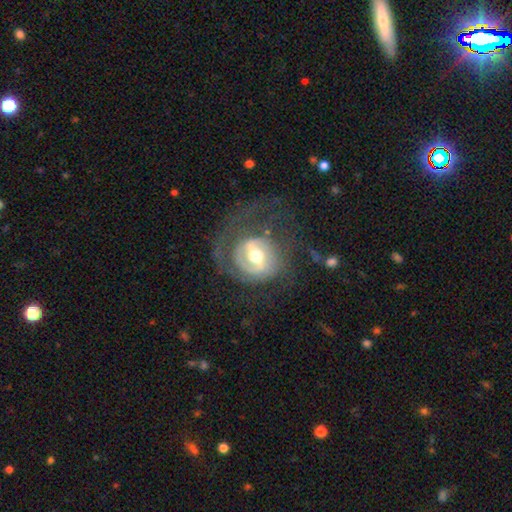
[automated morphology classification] This appears to be a featured or disk galaxy (78%) with a weak bar (46%), 2 (51%) tight (43%) spiral arms (82%) and a moderate central bulge (70%). Merging: none (56%).